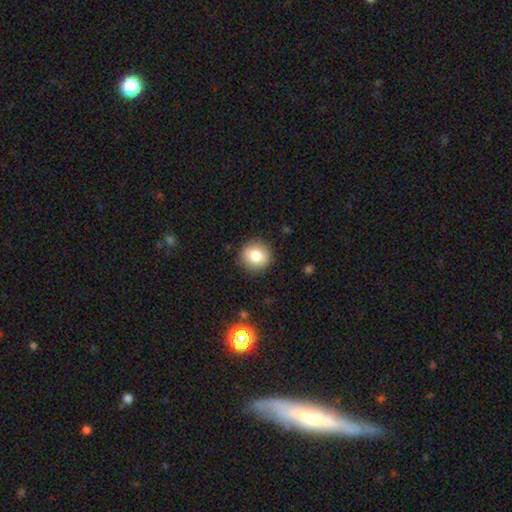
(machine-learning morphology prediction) Smooth or featured? Predicted: smooth (p=0.80). How rounded? Predicted: round (p=0.92). Merging? Predicted: none (p=0.89).